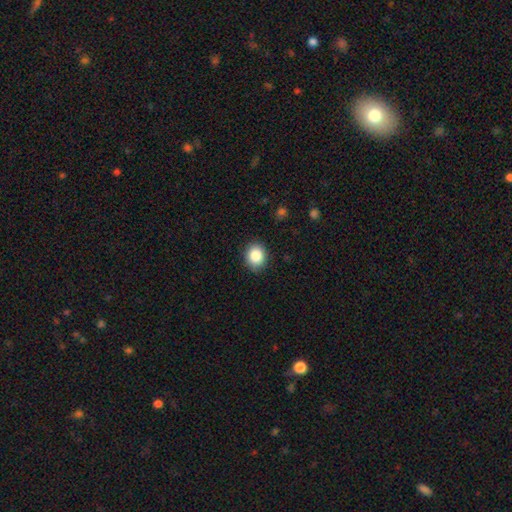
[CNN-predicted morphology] smooth-or-featured: smooth: 86% | star or artifact: 9% | featured or disk: 5%
  how-rounded: round: 67% | in between: 32% | cigar-shaped: 1%
  merging: none: 89% | minor disturbance: 8% | major disturbance: 2% | merger: 1%